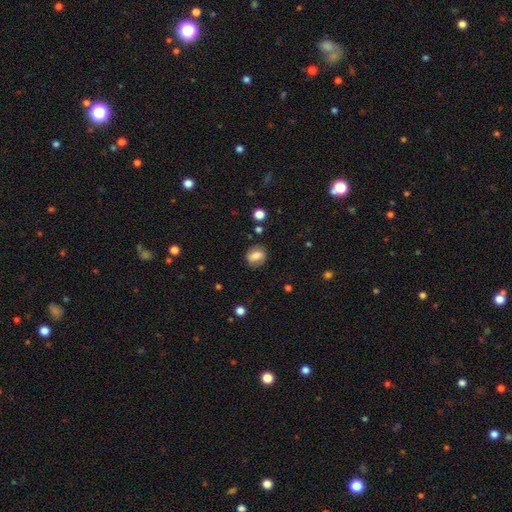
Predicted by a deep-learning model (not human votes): smooth_or_featured: smooth (p=0.71) [alt: featured or disk p=0.19]
how_rounded: round (p=0.57) [alt: in between p=0.41]
merging: none (p=0.81) [alt: minor disturbance p=0.13]